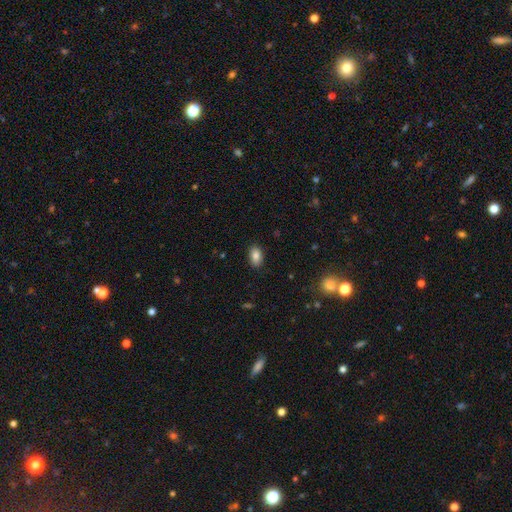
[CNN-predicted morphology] Overall: smooth (85%). How rounded: in between (90%). Merging: none (88%).